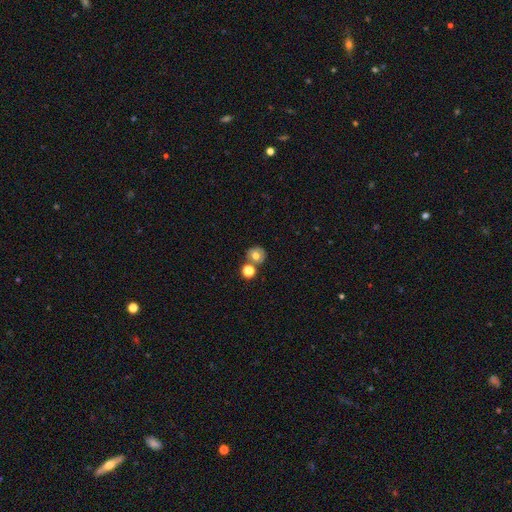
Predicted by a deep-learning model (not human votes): Overall: smooth (66%). How rounded: round (81%). Merging: none (61%; merger 25%).